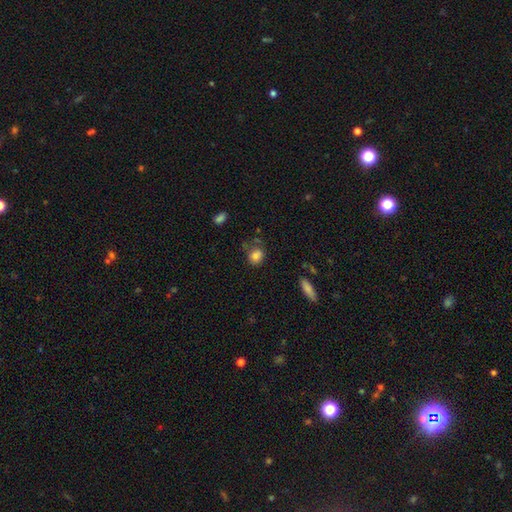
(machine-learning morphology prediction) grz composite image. It shows a smooth galaxy with no disk features (81%) that is round (55%). Merging: none (60%).